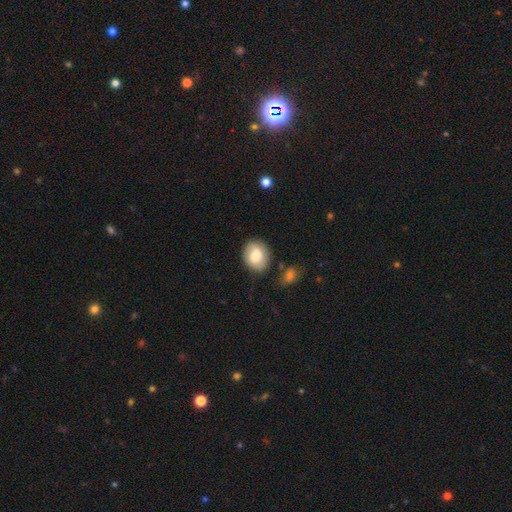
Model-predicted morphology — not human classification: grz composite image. It shows a smooth galaxy with no disk features (70%) that is round (51%). Merging: none (77%).